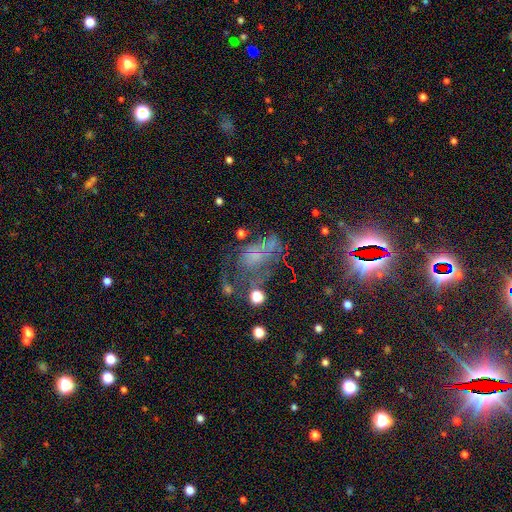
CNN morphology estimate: type=featured or disk (45%); merging=major disturbance (42%).